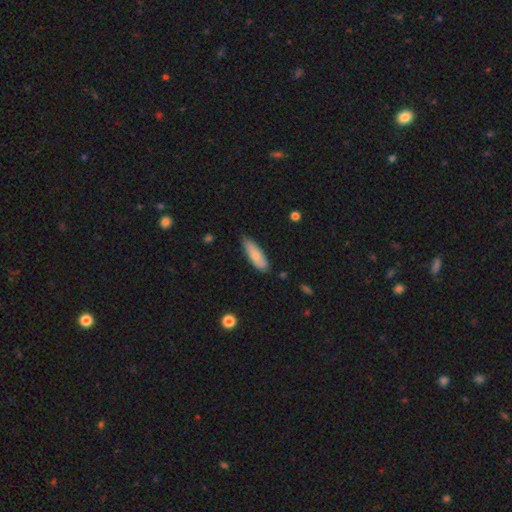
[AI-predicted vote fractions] smooth-or-featured: smooth: 80% | featured or disk: 15% | star or artifact: 6%
  how-rounded: in between: 54% | cigar-shaped: 45% | round: 2%
  merging: none: 75% | minor disturbance: 21% | major disturbance: 3% | merger: 2%